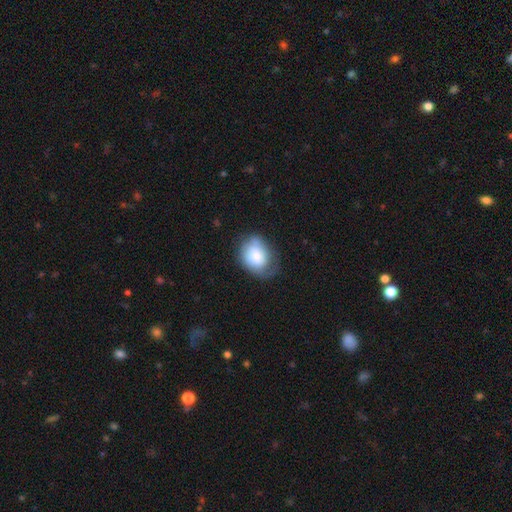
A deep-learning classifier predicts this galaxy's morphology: The model was most divided on "merging": none: 49%, minor disturbance: 33%, major disturbance: 16%, merger: 2%. More confident: smooth or featured — smooth (68%); how rounded — in between (58%).